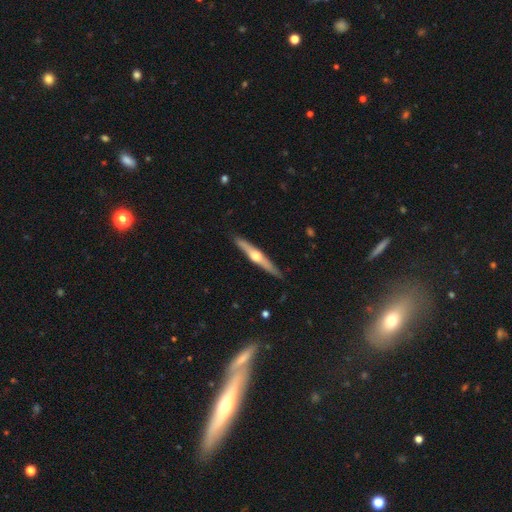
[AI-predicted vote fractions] Overall: featured or disk (70%). Edge-on disk: yes (97%). Edge-on bulge: rounded (93%). Merging: none (88%).